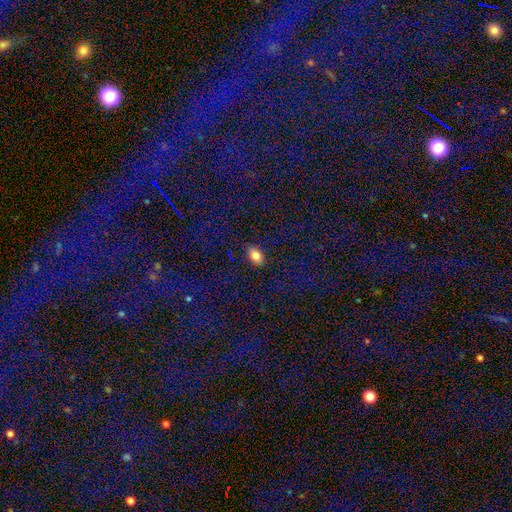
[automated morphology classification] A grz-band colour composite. It shows a smooth galaxy with no disk features (82%) that is in between round and cigar-shaped (90%). Merging: none (87%).